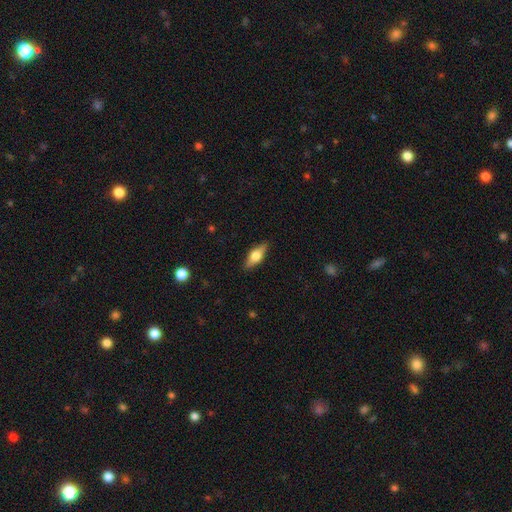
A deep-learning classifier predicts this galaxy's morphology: This is possibly a featured or disk galaxy (53%). It is clearly viewed edge-on (92%). Merging: clearly none (87%).